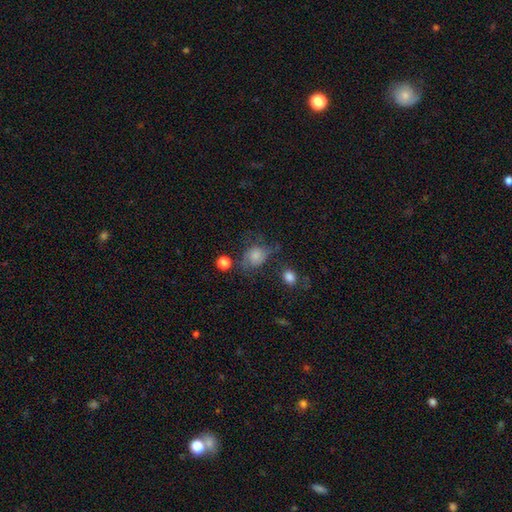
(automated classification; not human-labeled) Smooth or featured: smooth — 68% (featured or disk — 20%)
How rounded: round — 58% (in between — 41%)
Merging: none — 43% (minor disturbance — 28%)